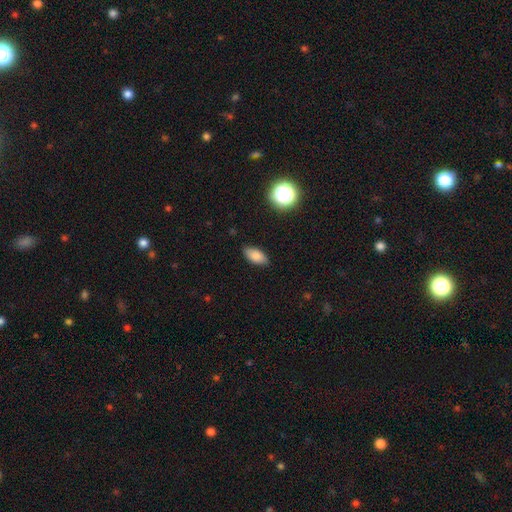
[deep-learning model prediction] smooth-or-featured: smooth: 83% | star or artifact: 9% | featured or disk: 8%
  how-rounded: in between: 90% | cigar-shaped: 6% | round: 4%
  merging: none: 85% | minor disturbance: 12% | major disturbance: 2% | merger: 1%